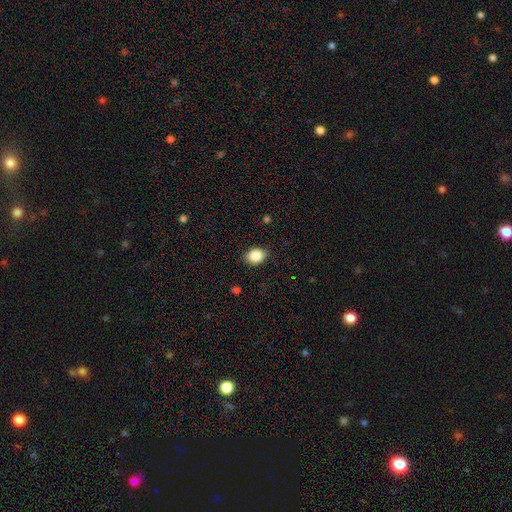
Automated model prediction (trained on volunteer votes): smooth 87%, star or artifact 8%, featured or disk 5%. Down the decision tree: how rounded — in between (57%); merging — none (86%).